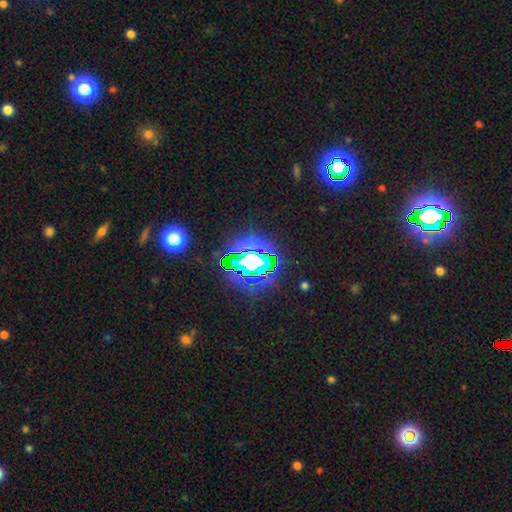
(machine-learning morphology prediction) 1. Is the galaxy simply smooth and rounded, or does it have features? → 74% star or artifact, 15% smooth, 11% featured or disk.